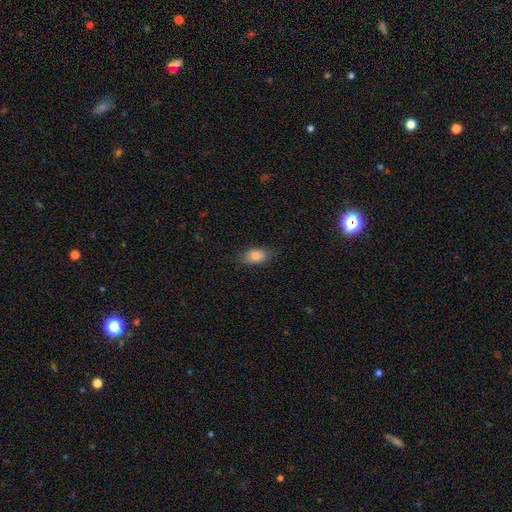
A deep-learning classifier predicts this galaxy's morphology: The model was most divided on "merging": none: 81%, minor disturbance: 14%, major disturbance: 3%, merger: 1%. More confident: how rounded — in between (90%); smooth or featured — smooth (86%).